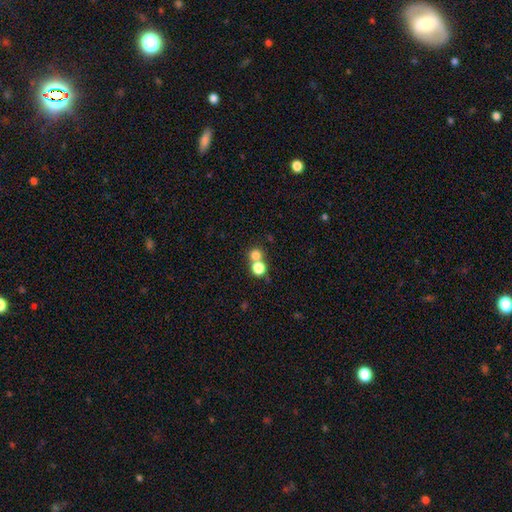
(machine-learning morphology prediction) Smooth or featured?
  - smooth: 76% *
  - star or artifact: 15%
  - featured or disk: 9%
How rounded?
  - round: 88% *
  - in between: 11%
  - cigar-shaped: 1%
Merging?
  - none: 50% *
  - merger: 42%
  - minor disturbance: 5%
  - major disturbance: 3%